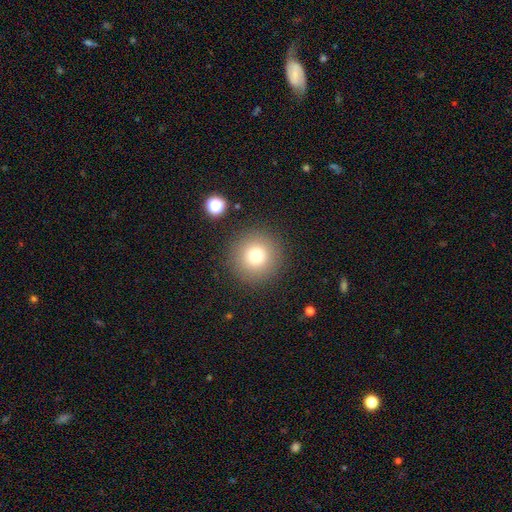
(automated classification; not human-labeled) smooth_or_featured: smooth (p=0.76) [alt: star or artifact p=0.14]
how_rounded: round (p=0.96) [alt: in between p=0.03]
merging: none (p=0.89) [alt: minor disturbance p=0.06]